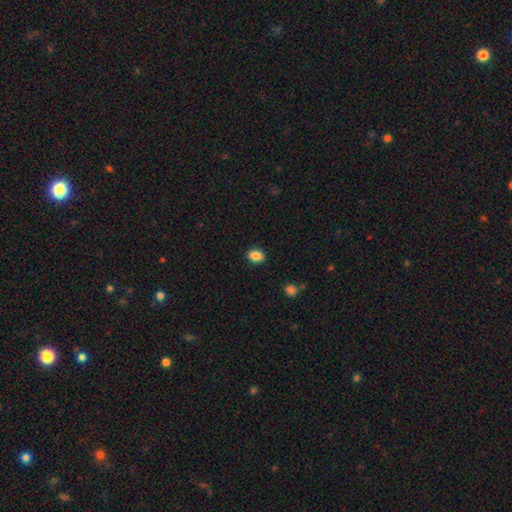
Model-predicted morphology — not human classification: Smooth or featured? smooth (87%)
How rounded? in between (75%)
Merging? none (89%)